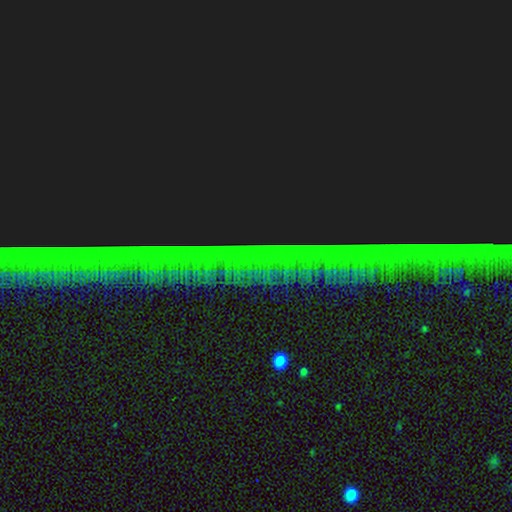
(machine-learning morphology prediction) A star or artifact, not a galaxy (85%).